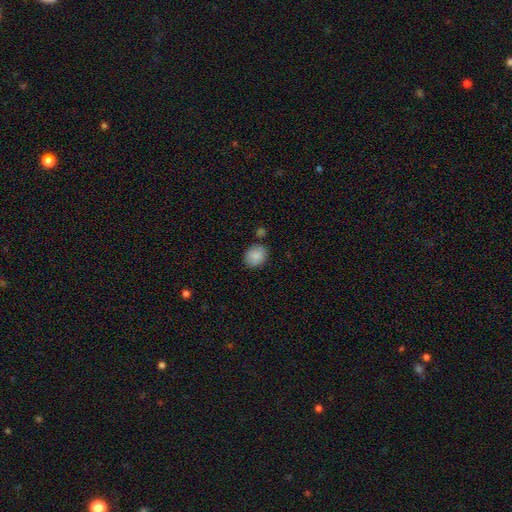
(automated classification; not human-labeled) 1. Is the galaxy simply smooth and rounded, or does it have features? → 86% smooth, 7% star or artifact, 6% featured or disk.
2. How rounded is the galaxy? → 53% round, 46% in between, 1% cigar-shaped.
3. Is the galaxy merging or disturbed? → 78% none, 13% minor disturbance, 6% merger, 3% major disturbance.